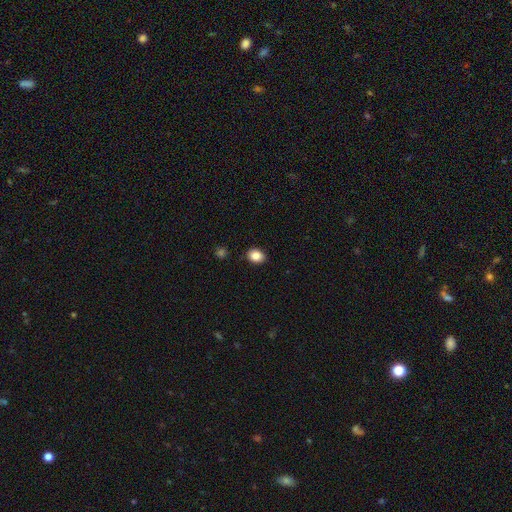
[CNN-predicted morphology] A smooth galaxy with no disk features (86%) that is in between round and cigar-shaped (59%).

Vote fractions:
- Smooth or featured? smooth: 86% / star or artifact: 9% / featured or disk: 5%
- How rounded? in between: 59% / round: 40% / cigar-shaped: 1%
- Merging? none: 89% / minor disturbance: 8% / major disturbance: 2% / merger: 1%